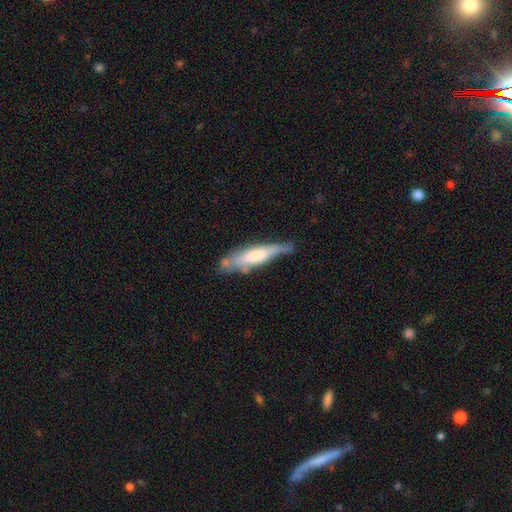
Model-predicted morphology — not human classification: smooth_or_featured: smooth (p=0.51) [alt: featured or disk p=0.44]
how_rounded: cigar-shaped (p=0.78) [alt: in between p=0.20]
merging: none (p=0.55) [alt: minor disturbance p=0.28]